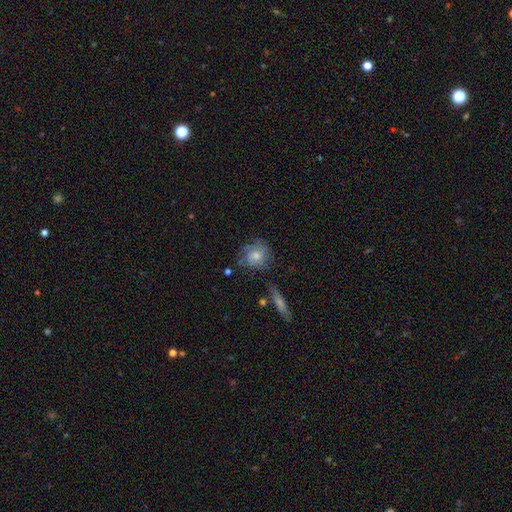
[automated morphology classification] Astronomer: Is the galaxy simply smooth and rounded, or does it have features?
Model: featured or disk — 48% (runner-up: smooth, 39%).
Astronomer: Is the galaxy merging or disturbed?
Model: none — 67%.